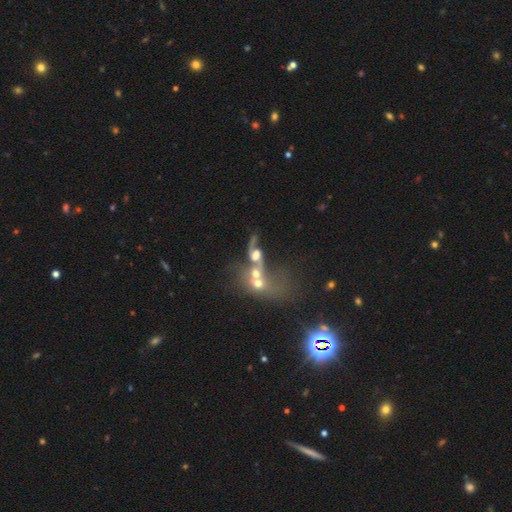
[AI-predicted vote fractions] A featured or disk galaxy (62%) with no bar (75%), spiral arms (62%) and a moderate central bulge (39%).

Vote fractions:
- Smooth or featured? featured or disk: 62% / smooth: 27% / star or artifact: 11%
- Edge-on disk? no: 93% / yes: 7%
- Bar? no: 75% / weak: 19% / strong: 6%
- Spiral arms? yes: 62% / no: 38%
- Bulge size? moderate: 39% / large: 28% / small: 14% / none: 11% / dominant: 7%
- Merging? merger: 70% / major disturbance: 13% / none: 12% / minor disturbance: 6%